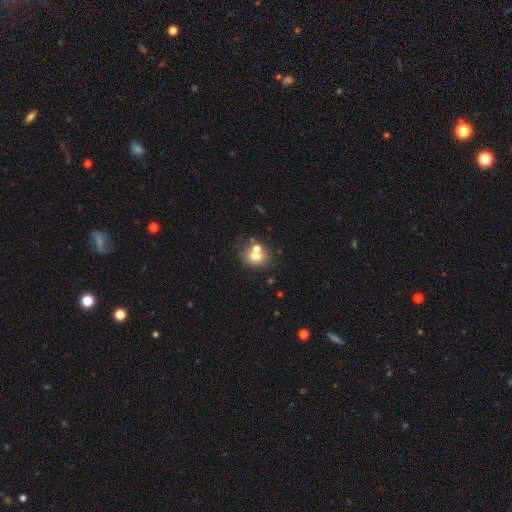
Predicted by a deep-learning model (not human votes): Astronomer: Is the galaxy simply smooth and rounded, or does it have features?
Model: smooth — 69%.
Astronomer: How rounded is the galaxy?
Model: round — 66%.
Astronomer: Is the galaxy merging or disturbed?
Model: none — 48% (runner-up: merger, 37%).